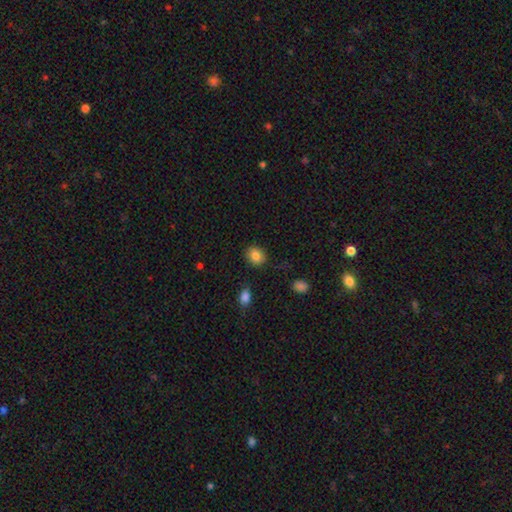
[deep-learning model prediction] smooth_or_featured: smooth (p=0.84) [alt: star or artifact p=0.09]
how_rounded: round (p=0.68) [alt: in between p=0.31]
merging: none (p=0.86) [alt: minor disturbance p=0.10]